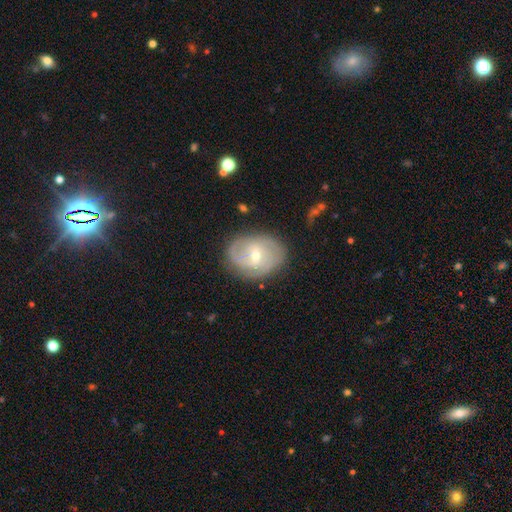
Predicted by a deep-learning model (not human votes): Q: Smooth or featured?
A: featured or disk (75%); runner-up: smooth (19%)
Q: Edge-on disk?
A: no (97%); runner-up: yes (3%)
Q: Bar?
A: weak (54%); runner-up: no (34%)
Q: Spiral arms?
A: yes (90%); runner-up: no (10%)
Q: Spiral winding?
A: tight (48%); runner-up: medium (38%)
Q: Spiral arm count?
A: 2 (41%); runner-up: can't tell (27%)
Q: Bulge size?
A: small (50%); runner-up: moderate (47%)
Q: Merging?
A: none (76%); runner-up: minor disturbance (17%)